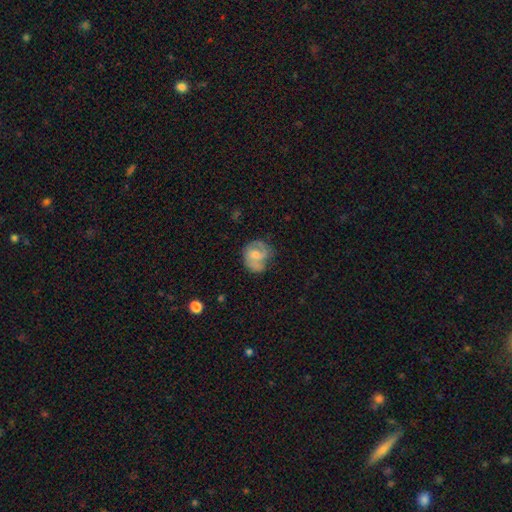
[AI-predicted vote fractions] Q: Smooth or featured?
A: featured or disk (50%); runner-up: smooth (42%)
Q: Merging?
A: none (50%); runner-up: minor disturbance (29%)